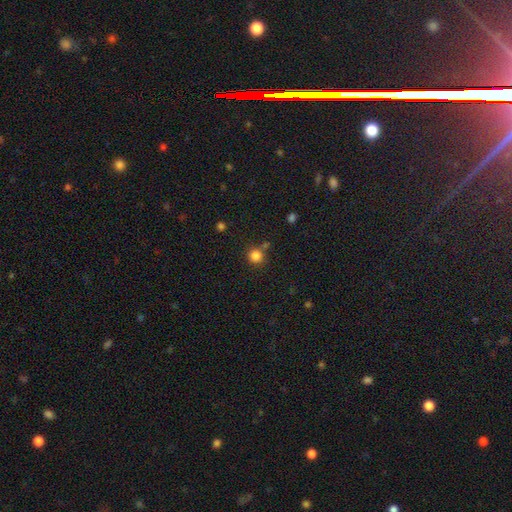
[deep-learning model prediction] A smooth galaxy with no disk features (83%) that is round (92%).

Vote fractions:
- Smooth or featured? smooth: 83% / star or artifact: 12% / featured or disk: 4%
- How rounded? round: 92% / in between: 7% / cigar-shaped: 1%
- Merging? none: 76% / merger: 11% / minor disturbance: 10% / major disturbance: 3%